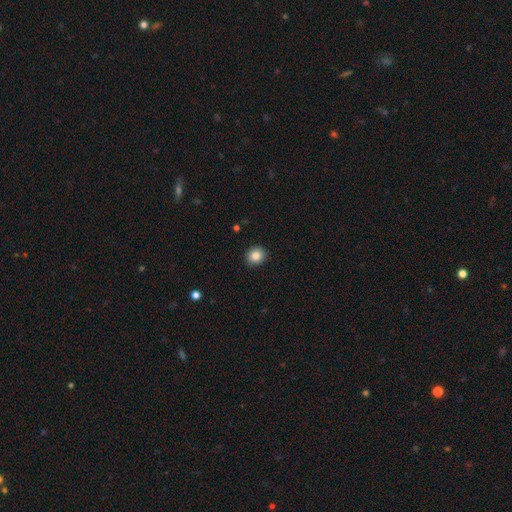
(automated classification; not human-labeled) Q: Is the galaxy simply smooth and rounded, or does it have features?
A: smooth — 85%.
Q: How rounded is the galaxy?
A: round — 82%.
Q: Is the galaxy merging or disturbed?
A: none — 91%.